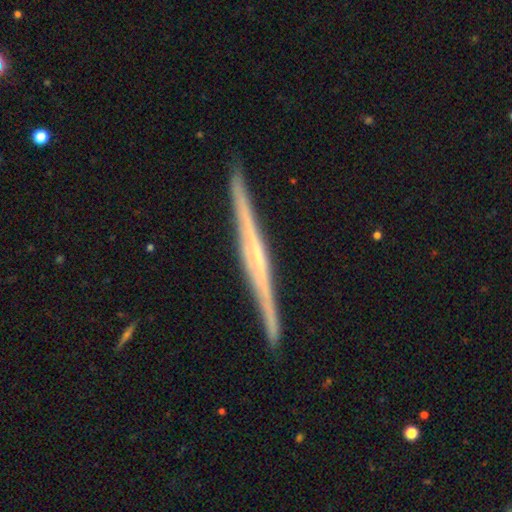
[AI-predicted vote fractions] featured or disk 82%, smooth 13%, star or artifact 5%. Down the decision tree: edge-on disk — yes (98%); edge-on bulge — none (43%); merging — none (92%).